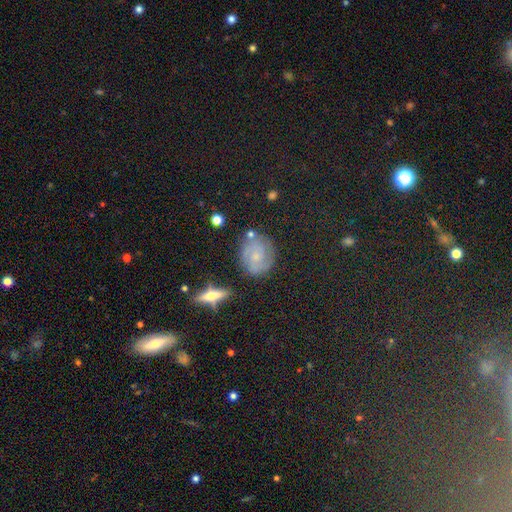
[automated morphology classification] A featured or disk galaxy (56%) with no bar (63%), spiral arms (89%) and a small central bulge (65%).

Vote fractions:
- Smooth or featured? featured or disk: 56% / smooth: 25% / star or artifact: 19%
- Edge-on disk? no: 95% / yes: 5%
- Bar? no: 63% / weak: 30% / strong: 7%
- Spiral arms? yes: 89% / no: 11%
- Bulge size? small: 65% / moderate: 22% / none: 9% / large: 3% / dominant: 2%
- Merging? none: 79% / minor disturbance: 14% / major disturbance: 4% / merger: 3%